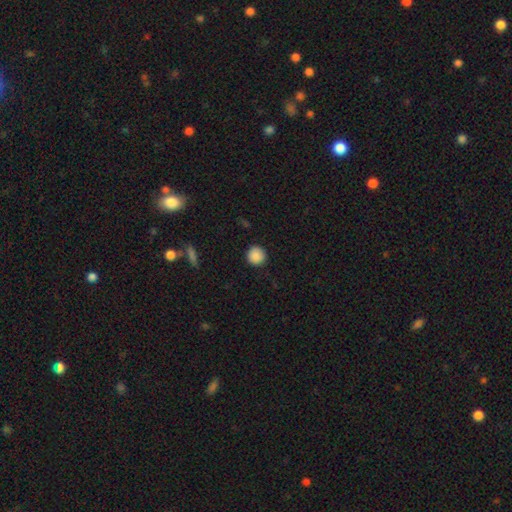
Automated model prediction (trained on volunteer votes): Smooth or featured: smooth — 89% (star or artifact — 8%)
How rounded: round — 94% (in between — 5%)
Merging: none — 92% (minor disturbance — 5%)